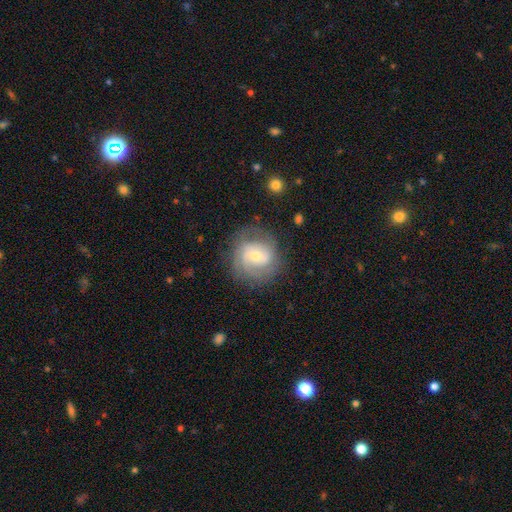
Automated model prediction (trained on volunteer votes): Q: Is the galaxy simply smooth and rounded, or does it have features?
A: featured or disk — 66%.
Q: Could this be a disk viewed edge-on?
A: no — 98%.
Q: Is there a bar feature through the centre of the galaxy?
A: no — 46%.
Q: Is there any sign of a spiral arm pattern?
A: yes — 86%.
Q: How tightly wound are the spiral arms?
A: tight — 45%.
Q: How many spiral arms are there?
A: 2 — 50%.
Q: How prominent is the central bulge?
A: small — 49%.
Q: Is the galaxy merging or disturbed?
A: none — 71%.